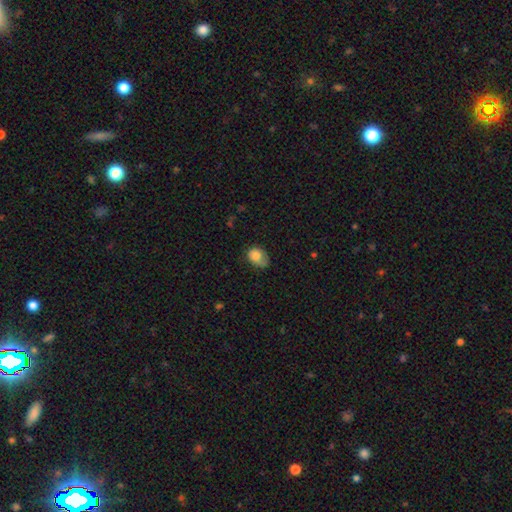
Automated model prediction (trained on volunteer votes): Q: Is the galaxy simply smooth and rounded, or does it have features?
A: smooth — 78%.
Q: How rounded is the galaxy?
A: in between — 66%.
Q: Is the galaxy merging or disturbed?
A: none — 45%.